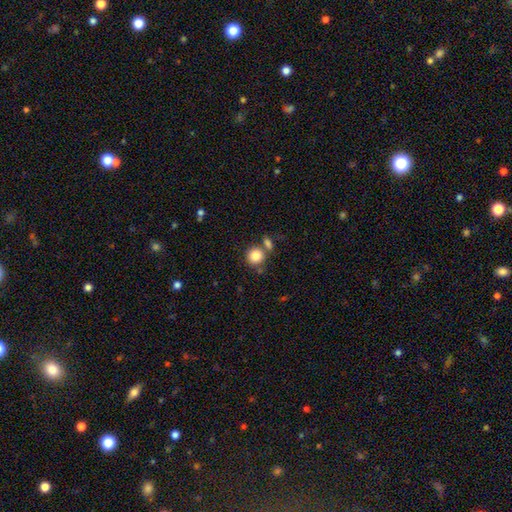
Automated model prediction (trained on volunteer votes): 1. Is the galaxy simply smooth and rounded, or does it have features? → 84% smooth, 10% star or artifact, 7% featured or disk.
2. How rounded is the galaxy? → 89% round, 10% in between, 1% cigar-shaped.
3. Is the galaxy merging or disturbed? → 68% none, 20% merger, 9% minor disturbance, 3% major disturbance.